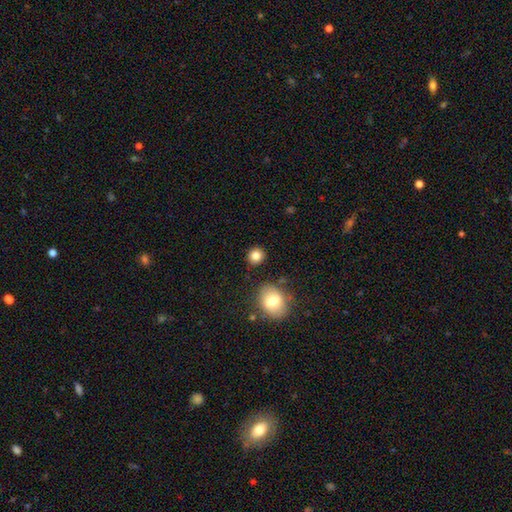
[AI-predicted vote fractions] smooth 84%, star or artifact 11%, featured or disk 6%. Down the decision tree: how rounded — round (86%); merging — none (86%).